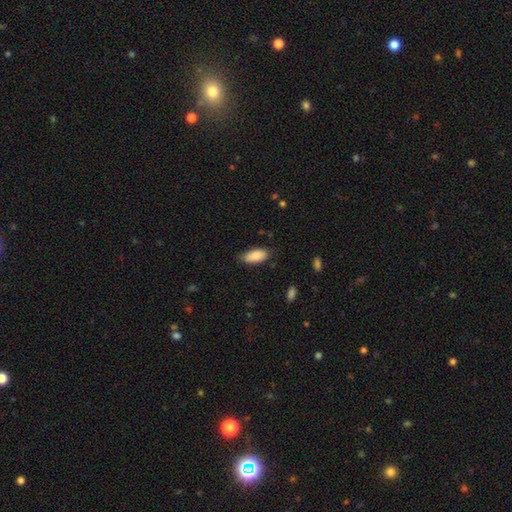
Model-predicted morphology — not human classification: A smooth galaxy with no disk features (85%) that is in between round and cigar-shaped (89%). Merging: none (75%).